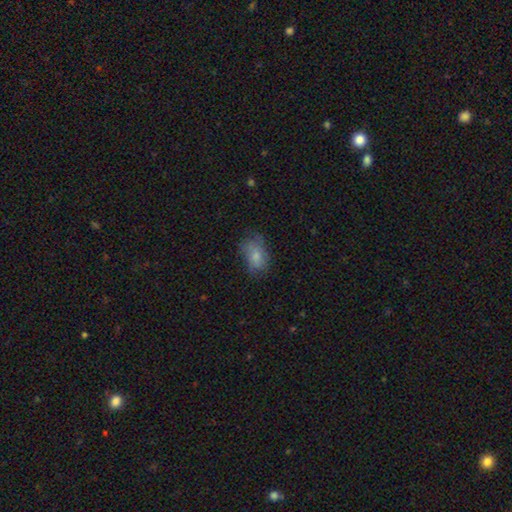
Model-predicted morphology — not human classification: Q: Smooth or featured?
A: smooth (74%); runner-up: featured or disk (17%)
Q: How rounded?
A: in between (84%); runner-up: round (15%)
Q: Merging?
A: none (53%); runner-up: minor disturbance (30%)